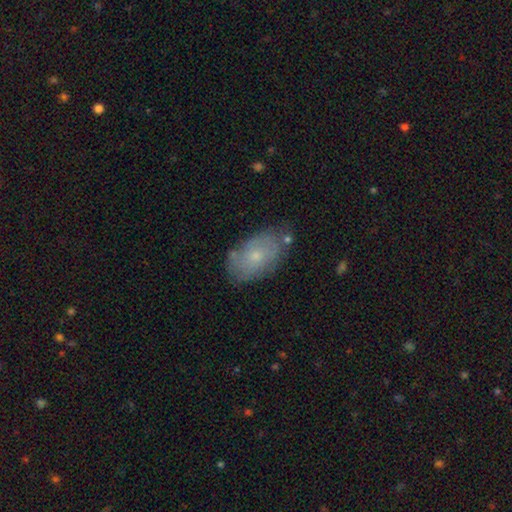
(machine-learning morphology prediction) smooth 60%, featured or disk 33%, star or artifact 7%. Down the decision tree: how rounded — in between (91%); merging — none (71%).